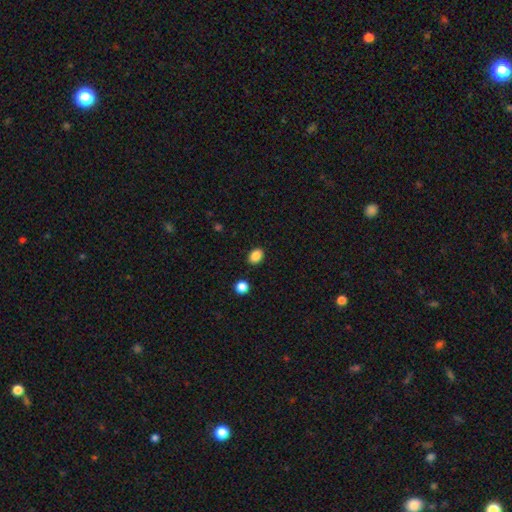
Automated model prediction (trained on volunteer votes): A smooth galaxy with no disk features (87%) that is in between round and cigar-shaped (69%).

Vote fractions:
- Smooth or featured? smooth: 87% / star or artifact: 9% / featured or disk: 4%
- How rounded? in between: 69% / round: 30% / cigar-shaped: 1%
- Merging? none: 88% / minor disturbance: 8% / major disturbance: 2% / merger: 2%